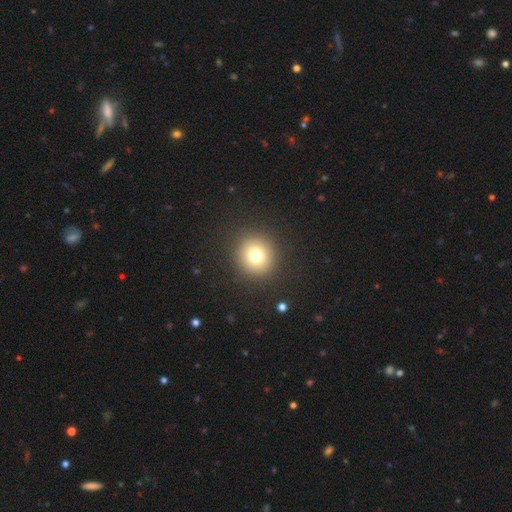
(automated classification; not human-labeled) smooth 75%, star or artifact 14%, featured or disk 11%. Down the decision tree: how rounded — round (92%); merging — none (91%).